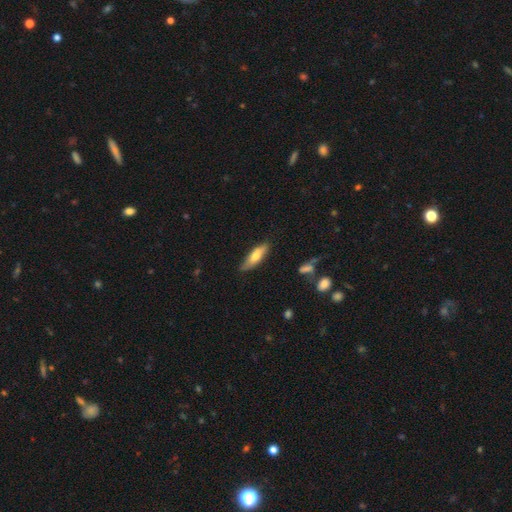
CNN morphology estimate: A smooth galaxy with no disk features (63%) that is cigar-shaped (51%). Merging: none (79%).